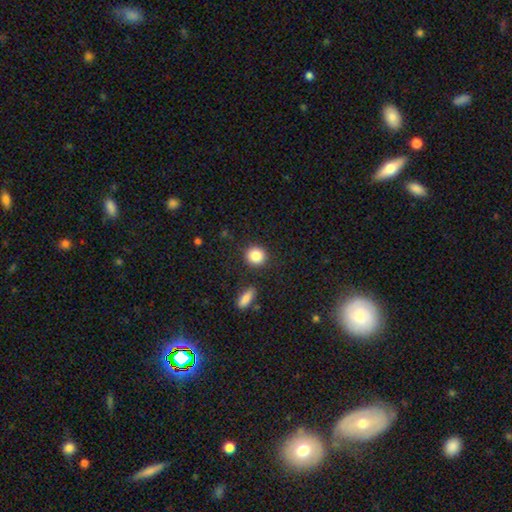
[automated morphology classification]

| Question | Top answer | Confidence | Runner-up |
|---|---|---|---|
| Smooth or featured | smooth | 86% | star or artifact (8%) |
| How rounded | round | 88% | in between (10%) |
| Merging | none | 87% | minor disturbance (7%) |